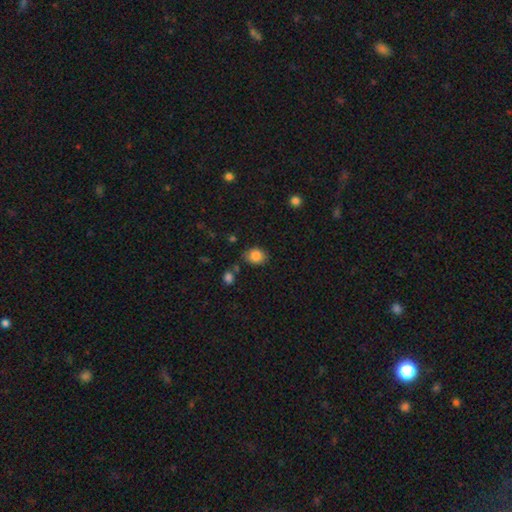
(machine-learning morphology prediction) type=smooth (86%); roundness=round (50%); merging=none (73%).